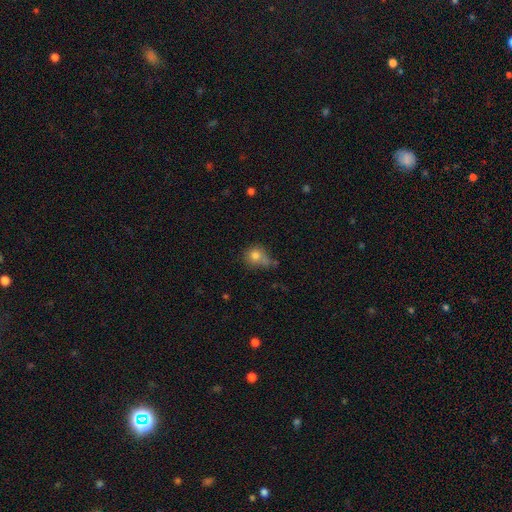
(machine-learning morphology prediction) Smooth or featured?
  - smooth: 79% *
  - star or artifact: 11%
  - featured or disk: 10%
How rounded?
  - round: 77% *
  - in between: 21%
  - cigar-shaped: 1%
Merging?
  - none: 46% *
  - minor disturbance: 26%
  - merger: 16%
  - major disturbance: 12%